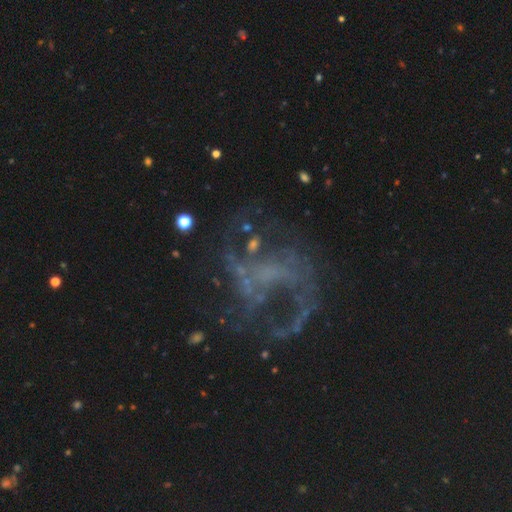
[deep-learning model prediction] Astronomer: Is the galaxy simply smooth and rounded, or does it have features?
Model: featured or disk — 66%.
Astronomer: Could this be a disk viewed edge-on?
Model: no — 97%.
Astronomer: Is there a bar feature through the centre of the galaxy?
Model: no — 53% (runner-up: weak, 32%).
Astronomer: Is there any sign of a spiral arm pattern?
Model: yes — 75%.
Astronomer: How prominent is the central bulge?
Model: none — 69%.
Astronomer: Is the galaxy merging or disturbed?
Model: none — 47% (runner-up: major disturbance, 35%).